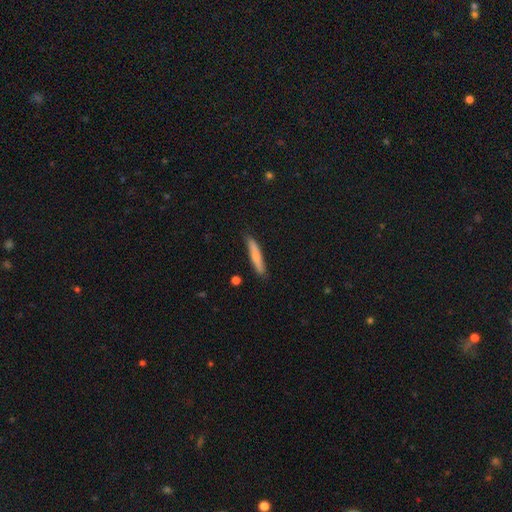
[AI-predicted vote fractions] Morphology: type=smooth (71%); roundness=cigar-shaped (91%); merging=none (83%).